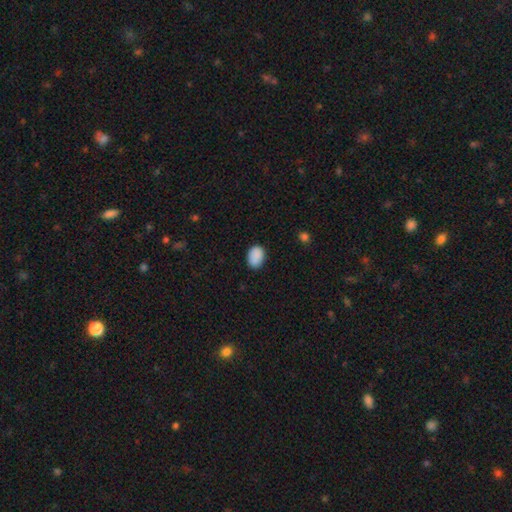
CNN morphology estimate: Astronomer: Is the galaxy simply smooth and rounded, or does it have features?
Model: smooth — 89%.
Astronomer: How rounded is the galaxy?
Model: in between — 82%.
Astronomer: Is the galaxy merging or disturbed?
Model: none — 83%.